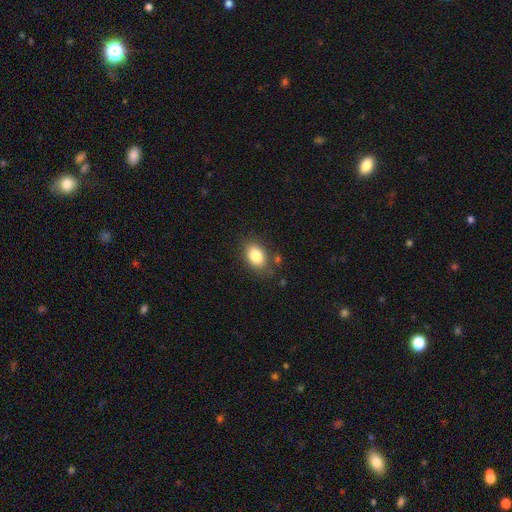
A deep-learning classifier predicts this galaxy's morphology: smooth-or-featured: smooth: 84% | star or artifact: 8% | featured or disk: 8%
  how-rounded: in between: 83% | round: 16% | cigar-shaped: 1%
  merging: none: 79% | minor disturbance: 14% | major disturbance: 4% | merger: 3%